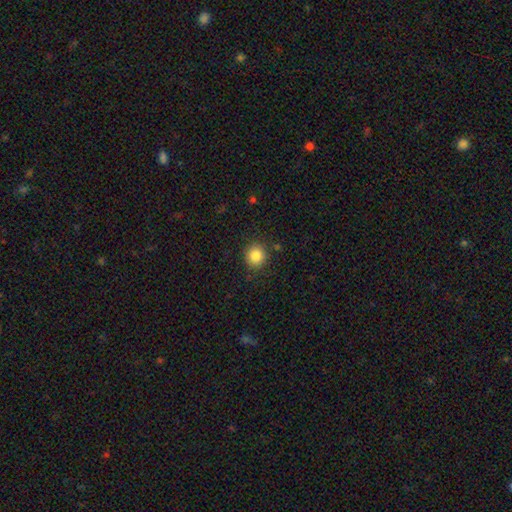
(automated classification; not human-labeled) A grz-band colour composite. It shows a smooth galaxy with no disk features (85%) that is round (89%). Merging: none (88%).